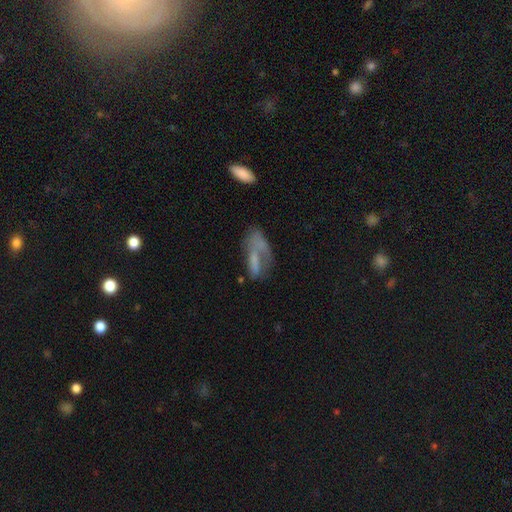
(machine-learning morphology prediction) smooth 46%, featured or disk 40%, star or artifact 14%. Down the decision tree: merging — none (36%).